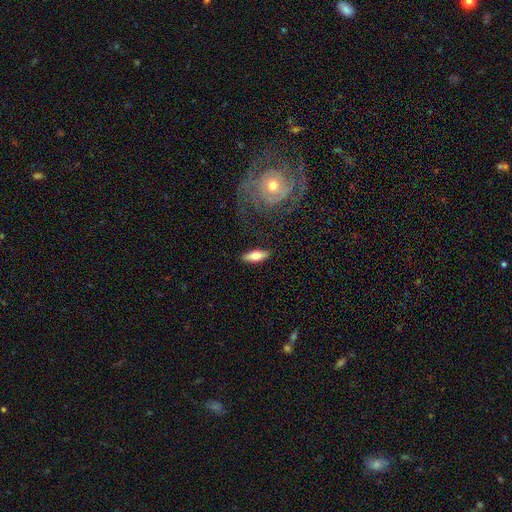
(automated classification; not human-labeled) Q: Smooth or featured?
A: smooth (61%); runner-up: featured or disk (33%)
Q: How rounded?
A: in between (58%); runner-up: cigar-shaped (39%)
Q: Merging?
A: none (86%); runner-up: minor disturbance (10%)